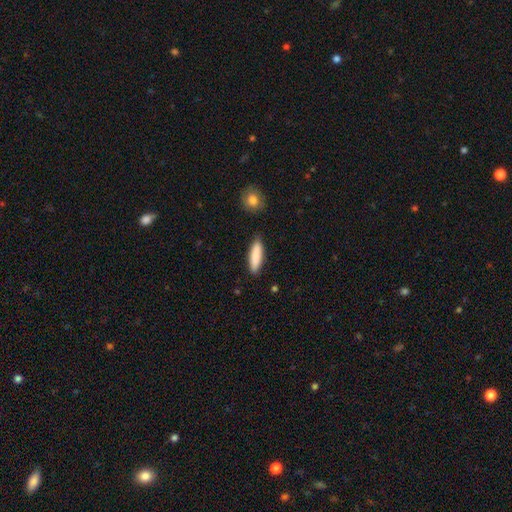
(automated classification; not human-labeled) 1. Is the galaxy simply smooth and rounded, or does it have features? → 87% smooth, 8% featured or disk, 6% star or artifact.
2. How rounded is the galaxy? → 61% cigar-shaped, 38% in between, 2% round.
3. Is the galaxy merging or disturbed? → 86% none, 10% minor disturbance, 2% major disturbance, 2% merger.